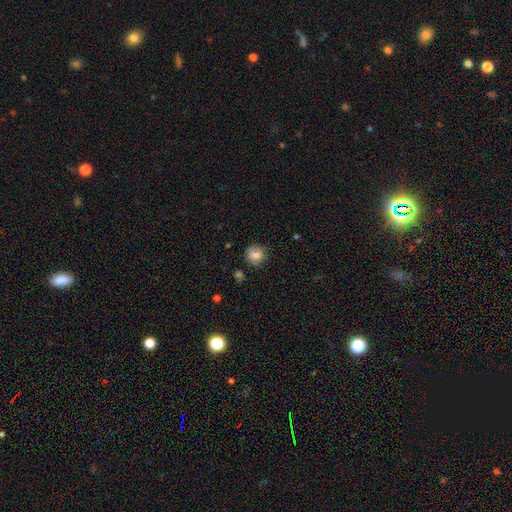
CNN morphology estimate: Q: Smooth or featured?
A: smooth (79%); runner-up: featured or disk (11%)
Q: How rounded?
A: round (86%); runner-up: in between (13%)
Q: Merging?
A: none (77%); runner-up: minor disturbance (17%)